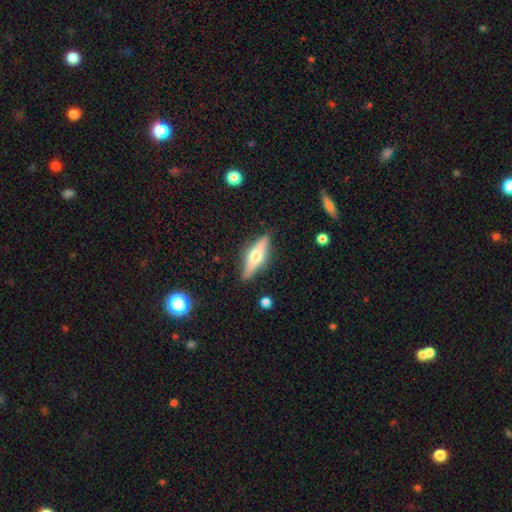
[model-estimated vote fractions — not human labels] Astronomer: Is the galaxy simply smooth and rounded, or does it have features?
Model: featured or disk — 62%.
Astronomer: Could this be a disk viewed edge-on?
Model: yes — 94%.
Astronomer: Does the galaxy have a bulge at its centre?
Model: rounded — 93%.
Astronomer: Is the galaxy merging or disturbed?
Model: none — 86%.